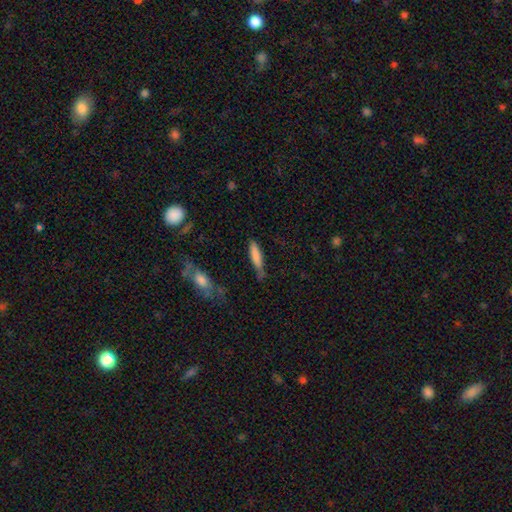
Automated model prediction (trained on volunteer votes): Smooth or featured: smooth — 79% (featured or disk — 15%)
How rounded: cigar-shaped — 80% (in between — 19%)
Merging: none — 59% (minor disturbance — 29%)